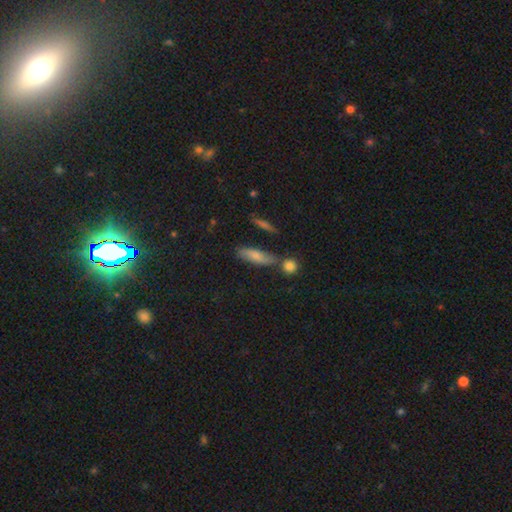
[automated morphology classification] smooth-or-featured: smooth: 72% | featured or disk: 19% | star or artifact: 9%
  how-rounded: in between: 49% | cigar-shaped: 47% | round: 5%
  merging: none: 66% | minor disturbance: 16% | merger: 12% | major disturbance: 5%